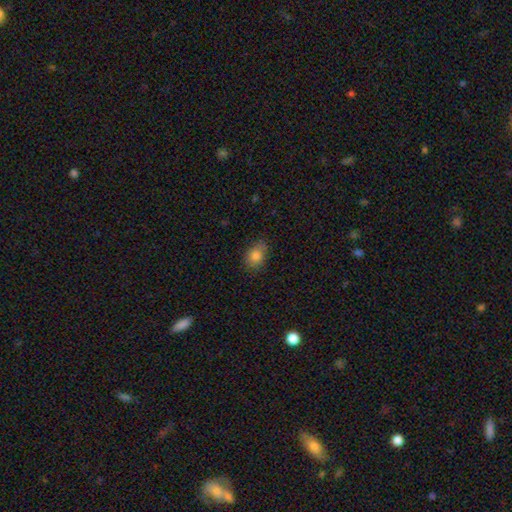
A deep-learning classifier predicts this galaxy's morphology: type=smooth (82%); roundness=in between (70%); merging=none (76%).